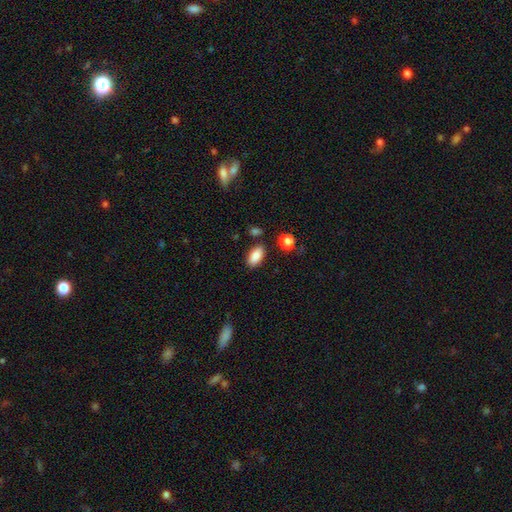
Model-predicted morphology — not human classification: Smooth or featured: smooth — 86% (star or artifact — 7%)
How rounded: in between — 91% (cigar-shaped — 5%)
Merging: none — 84% (minor disturbance — 10%)